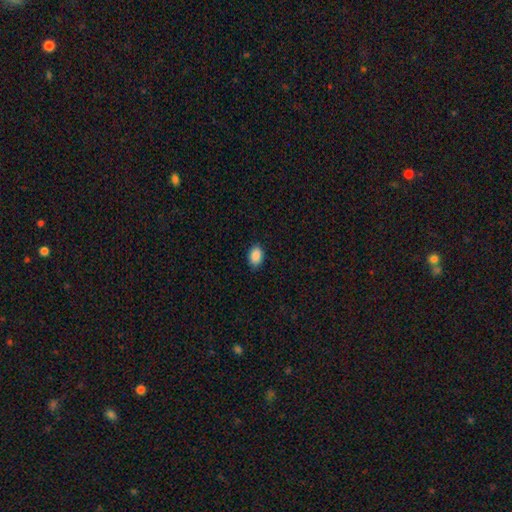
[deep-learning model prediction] This is clearly a smooth galaxy (90%). How rounded: clearly in between (85%). Merging: clearly none (88%).